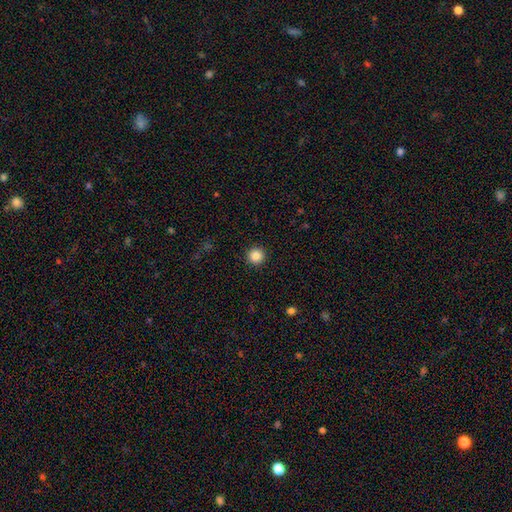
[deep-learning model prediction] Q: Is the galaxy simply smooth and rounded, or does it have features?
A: smooth — 86%.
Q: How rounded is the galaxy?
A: round — 96%.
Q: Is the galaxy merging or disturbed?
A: none — 93%.